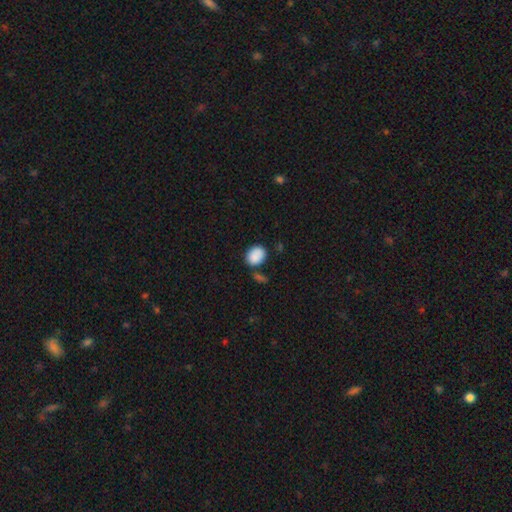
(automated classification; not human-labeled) Smooth or featured?
  - smooth: 88% *
  - star or artifact: 7%
  - featured or disk: 4%
How rounded?
  - in between: 58% *
  - round: 41%
  - cigar-shaped: 1%
Merging?
  - none: 70% *
  - minor disturbance: 16%
  - merger: 11%
  - major disturbance: 4%